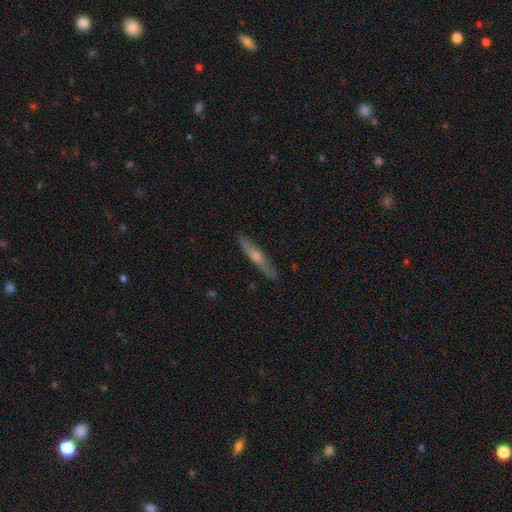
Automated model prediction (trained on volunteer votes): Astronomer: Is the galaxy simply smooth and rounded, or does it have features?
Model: featured or disk — 53% (runner-up: smooth, 41%).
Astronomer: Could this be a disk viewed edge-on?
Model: yes — 92%.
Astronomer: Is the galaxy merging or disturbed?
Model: none — 86%.